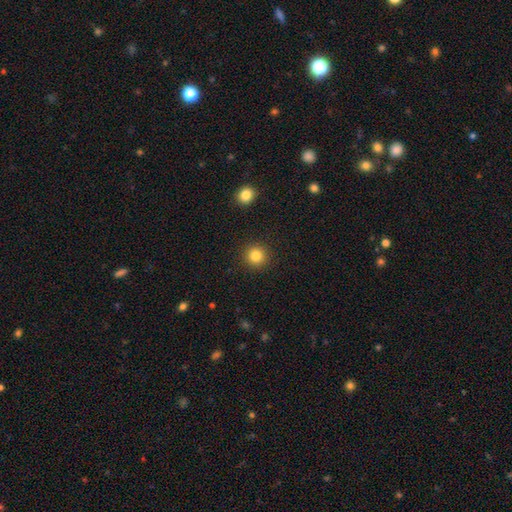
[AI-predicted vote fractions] Smooth or featured?
  - smooth: 84% *
  - star or artifact: 11%
  - featured or disk: 5%
How rounded?
  - round: 94% *
  - in between: 5%
  - cigar-shaped: 1%
Merging?
  - none: 92% *
  - minor disturbance: 5%
  - major disturbance: 2%
  - merger: 1%